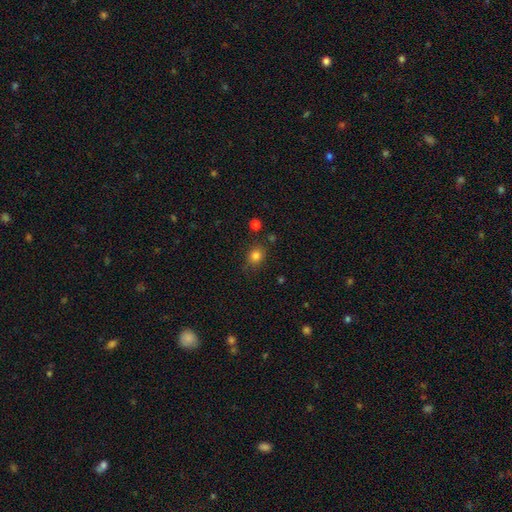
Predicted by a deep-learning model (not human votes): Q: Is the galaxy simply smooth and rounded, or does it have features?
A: smooth — 82%.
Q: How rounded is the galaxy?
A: round — 70%.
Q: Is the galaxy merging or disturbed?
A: none — 79%.